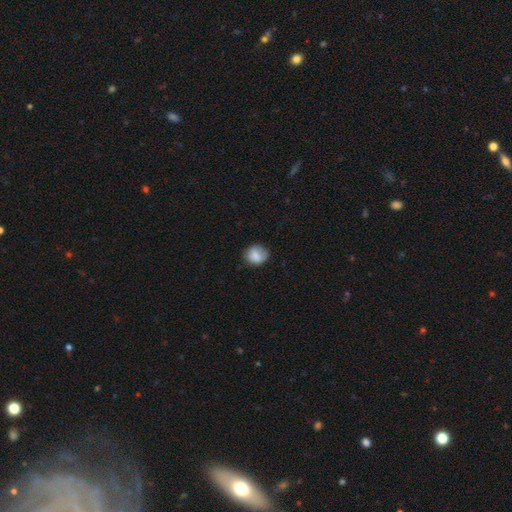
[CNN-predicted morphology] A smooth galaxy with no disk features (81%) that is round (73%).

Vote fractions:
- Smooth or featured? smooth: 81% / featured or disk: 11% / star or artifact: 8%
- How rounded? round: 73% / in between: 26% / cigar-shaped: 1%
- Merging? none: 72% / minor disturbance: 21% / major disturbance: 6% / merger: 2%